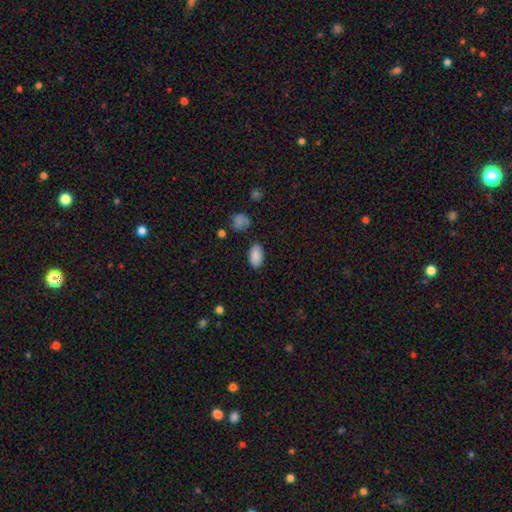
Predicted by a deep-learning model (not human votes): Smooth or featured? Predicted: smooth (p=0.88). How rounded? Predicted: in between (p=0.94). Merging? Predicted: none (p=0.84).